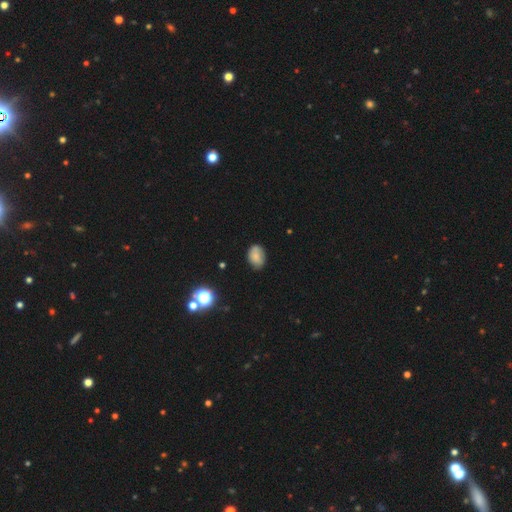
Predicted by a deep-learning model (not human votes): Smooth or featured? Predicted: smooth (p=0.74). How rounded? Predicted: in between (p=0.75). Merging? Predicted: none (p=0.71).